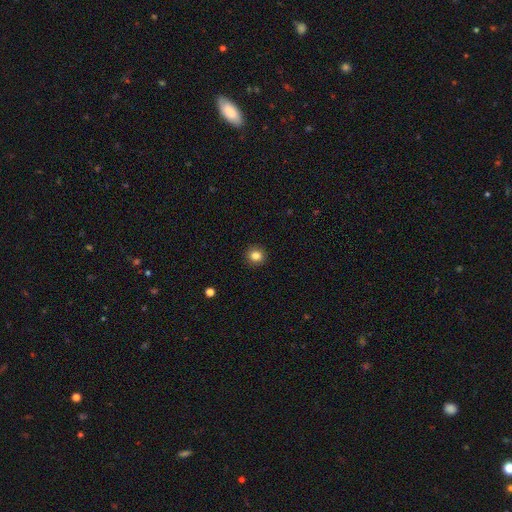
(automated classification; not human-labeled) smooth_or_featured: smooth (p=0.83) [alt: star or artifact p=0.11]
how_rounded: round (p=0.89) [alt: in between p=0.10]
merging: none (p=0.92) [alt: minor disturbance p=0.05]